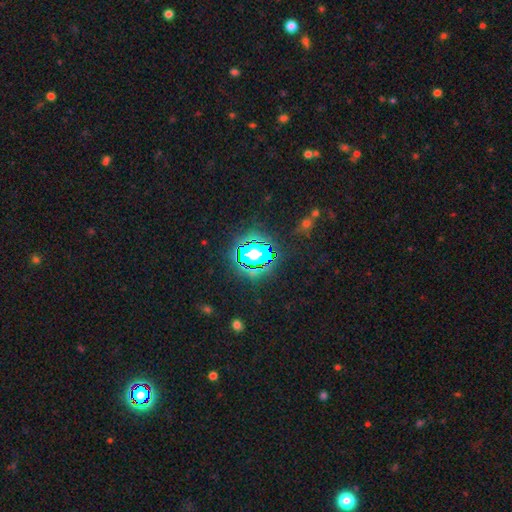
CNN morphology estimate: Q: Smooth or featured?
A: star or artifact (78%); runner-up: smooth (13%)